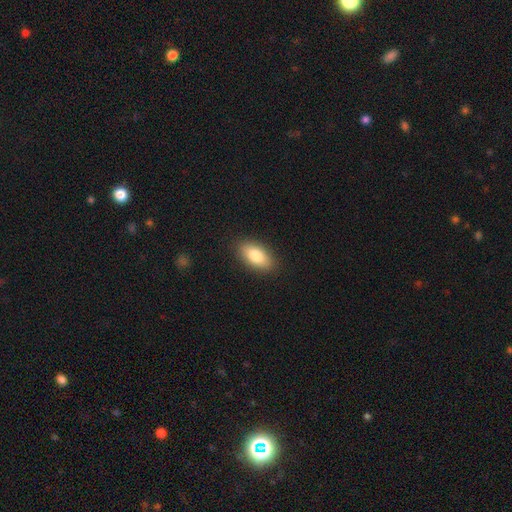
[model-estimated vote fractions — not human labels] Smooth or featured: smooth — 81% (featured or disk — 12%)
How rounded: in between — 89% (cigar-shaped — 6%)
Merging: none — 88% (minor disturbance — 8%)